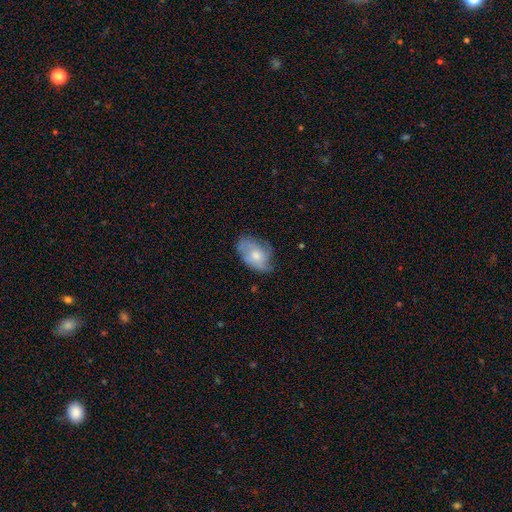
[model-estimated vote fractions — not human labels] Q: Smooth or featured?
A: smooth (54%); runner-up: featured or disk (38%)
Q: How rounded?
A: in between (86%); runner-up: round (12%)
Q: Merging?
A: none (58%); runner-up: minor disturbance (30%)